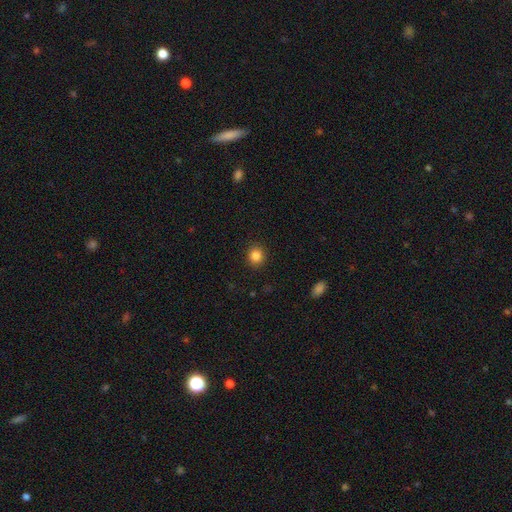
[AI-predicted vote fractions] Morphology: type=smooth (85%); roundness=round (85%); merging=none (91%).